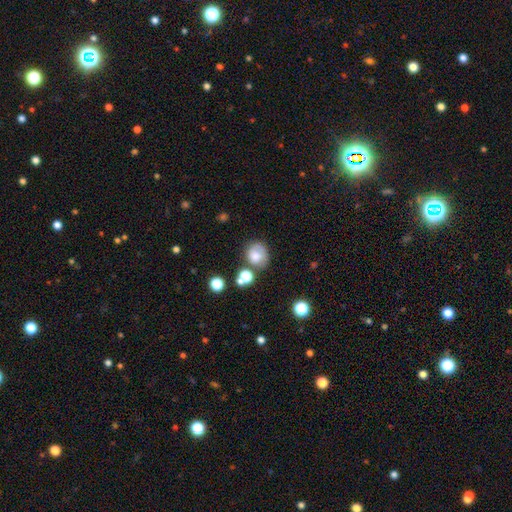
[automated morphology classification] A smooth galaxy with no disk features (72%) that is round (68%). Merging: none (57%).